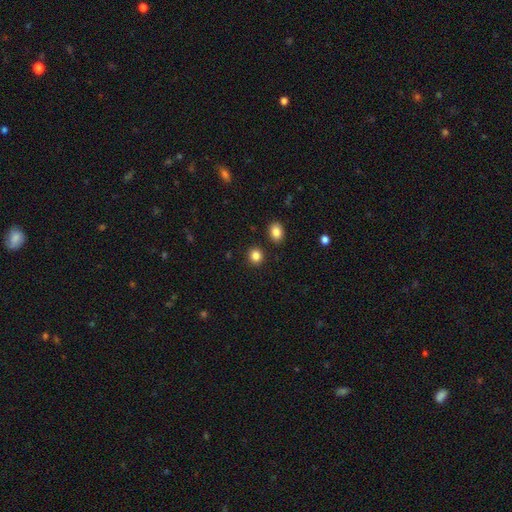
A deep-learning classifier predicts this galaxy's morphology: This is clearly a smooth galaxy (85%). How rounded: clearly round (83%). Merging: clearly none (88%).